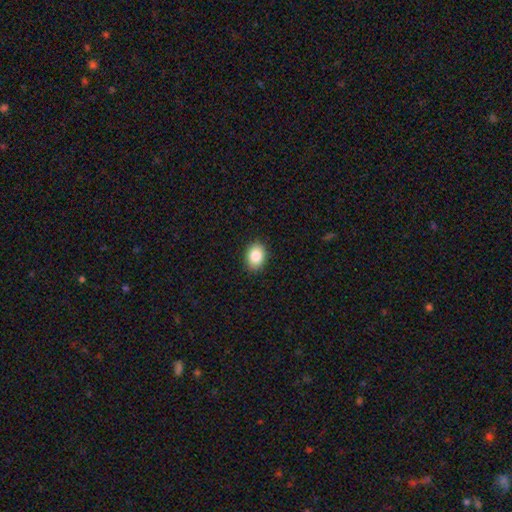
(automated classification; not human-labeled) A smooth galaxy with no disk features (86%) that is in between round and cigar-shaped (71%).

Vote fractions:
- Smooth or featured? smooth: 86% / star or artifact: 8% / featured or disk: 6%
- How rounded? in between: 71% / round: 28% / cigar-shaped: 1%
- Merging? none: 89% / minor disturbance: 8% / major disturbance: 2% / merger: 1%